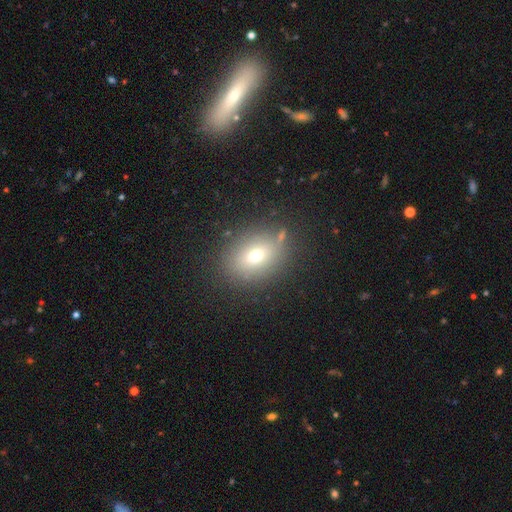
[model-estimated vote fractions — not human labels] smooth-or-featured: smooth: 67% | star or artifact: 17% | featured or disk: 16%
  how-rounded: in between: 61% | round: 37% | cigar-shaped: 2%
  merging: none: 82% | minor disturbance: 11% | merger: 4% | major disturbance: 3%